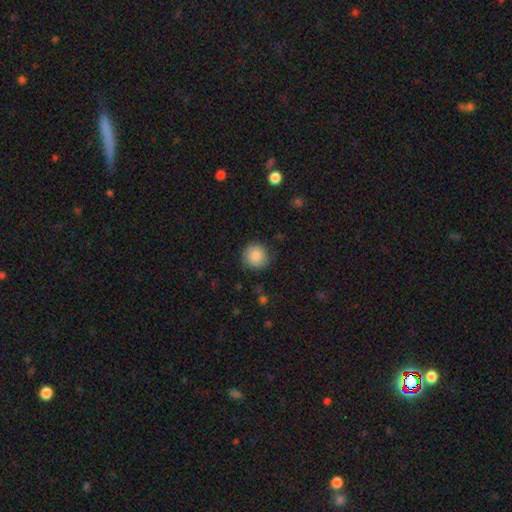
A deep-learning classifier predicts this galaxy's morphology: type=smooth (86%); roundness=round (93%); merging=none (84%).